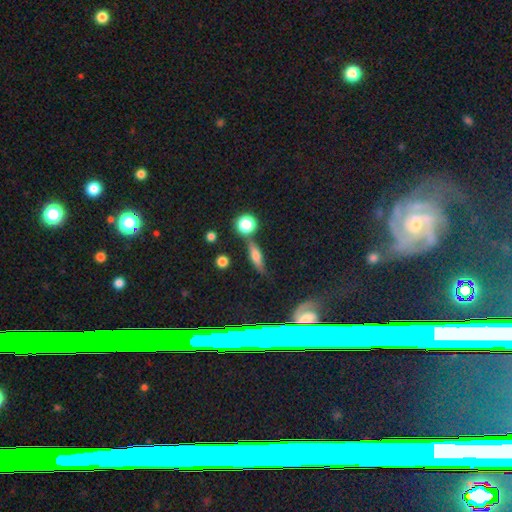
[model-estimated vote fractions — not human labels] smooth-or-featured: smooth: 44% | featured or disk: 41% | star or artifact: 15%
  merging: none: 74% | minor disturbance: 14% | merger: 8% | major disturbance: 5%